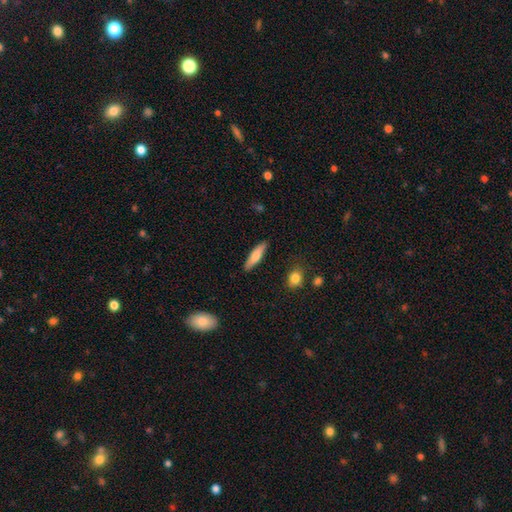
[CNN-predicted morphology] Smooth or featured? Predicted: smooth (p=0.68). How rounded? Predicted: cigar-shaped (p=0.75). Merging? Predicted: none (p=0.88).